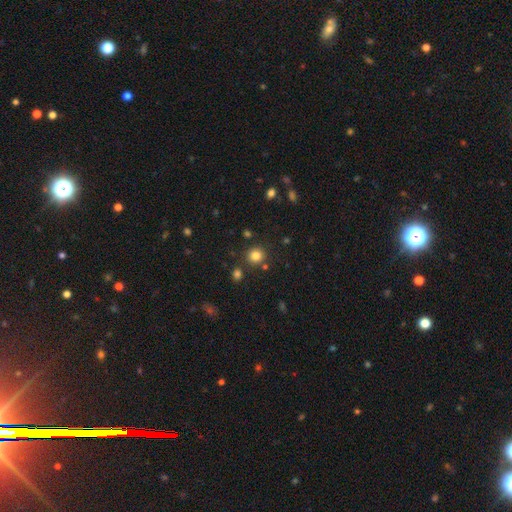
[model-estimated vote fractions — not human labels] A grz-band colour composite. It shows a smooth galaxy with no disk features (82%) that is round (91%). Merging: none (85%).